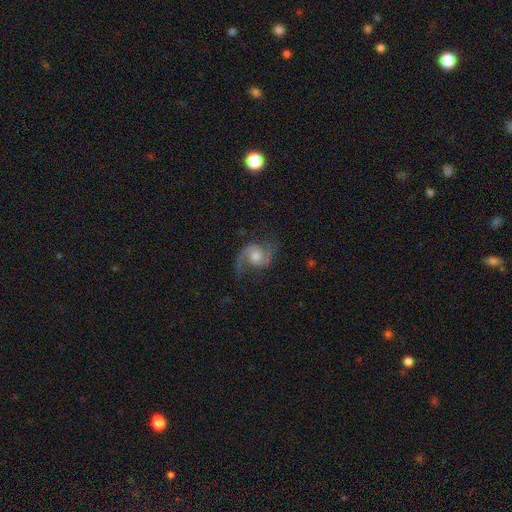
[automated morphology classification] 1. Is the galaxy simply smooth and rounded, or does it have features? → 86% featured or disk, 7% smooth, 6% star or artifact.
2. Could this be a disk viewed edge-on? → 98% no, 2% yes.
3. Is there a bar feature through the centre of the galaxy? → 62% no, 32% weak, 6% strong.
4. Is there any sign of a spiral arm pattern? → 97% yes, 3% no.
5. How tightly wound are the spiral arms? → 48% medium, 41% loose, 11% tight.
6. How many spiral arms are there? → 91% 2, 4% 1, 2% can't tell, 1% 3, 1% 4, 1% more than 4.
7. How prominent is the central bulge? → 57% moderate, 24% small, 13% large, 5% none, 2% dominant.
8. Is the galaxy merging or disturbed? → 72% none, 16% minor disturbance, 10% major disturbance, 2% merger.